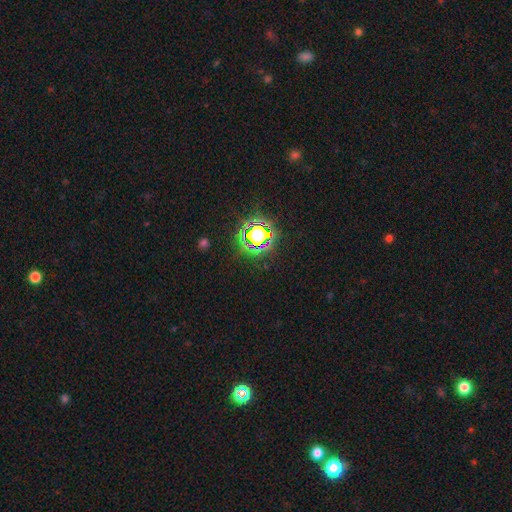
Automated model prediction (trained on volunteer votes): Smooth or featured?
  - star or artifact: 79% *
  - smooth: 14%
  - featured or disk: 7%